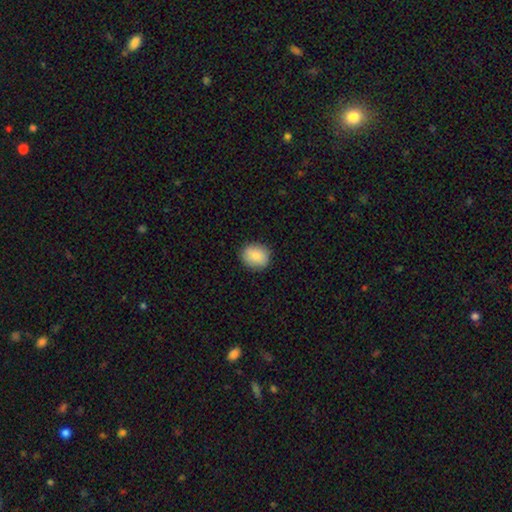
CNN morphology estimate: Smooth or featured: smooth — 85% (featured or disk — 8%)
How rounded: round — 67% (in between — 32%)
Merging: none — 88% (minor disturbance — 9%)